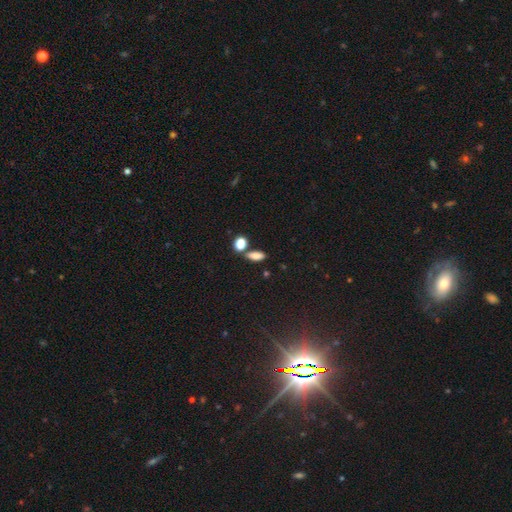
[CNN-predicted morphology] smooth-or-featured: smooth: 81% | star or artifact: 11% | featured or disk: 8%
  how-rounded: in between: 72% | cigar-shaped: 18% | round: 9%
  merging: none: 65% | merger: 19% | minor disturbance: 12% | major disturbance: 4%